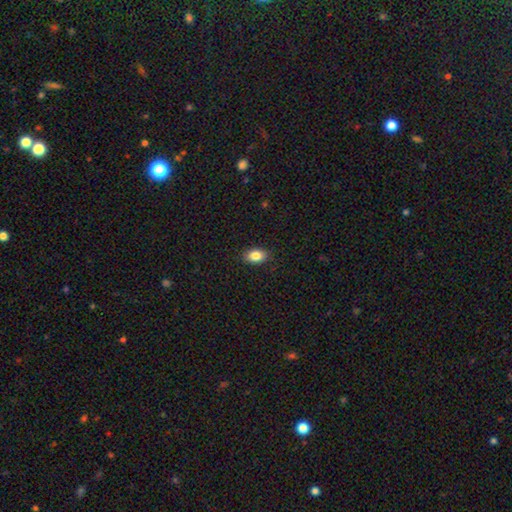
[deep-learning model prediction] smooth 86%, star or artifact 8%, featured or disk 6%. Down the decision tree: how rounded — in between (87%); merging — none (89%).